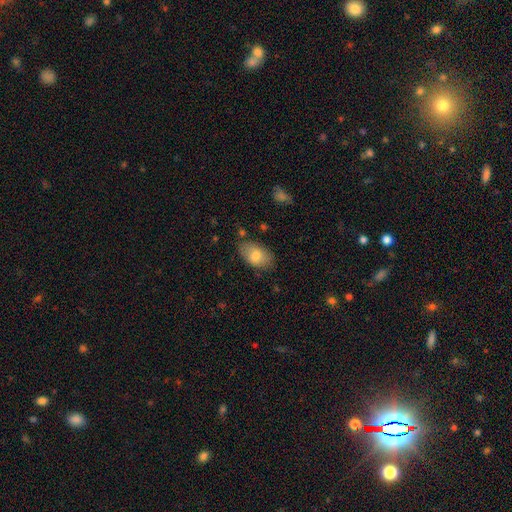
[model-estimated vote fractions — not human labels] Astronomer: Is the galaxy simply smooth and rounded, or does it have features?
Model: smooth — 78%.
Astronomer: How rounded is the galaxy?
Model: in between — 92%.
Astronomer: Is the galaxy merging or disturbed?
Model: none — 77%.